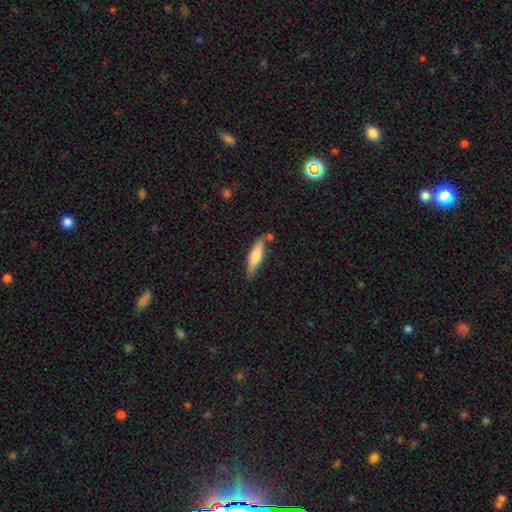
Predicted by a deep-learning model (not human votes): smooth_or_featured: smooth (p=0.65) [alt: featured or disk p=0.29]
how_rounded: cigar-shaped (p=0.69) [alt: in between p=0.29]
merging: none (p=0.70) [alt: minor disturbance p=0.18]